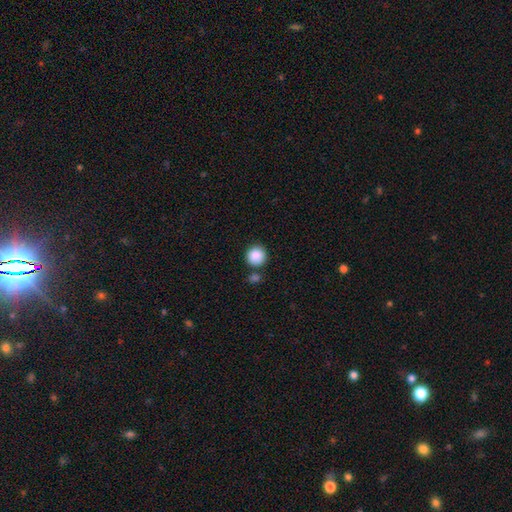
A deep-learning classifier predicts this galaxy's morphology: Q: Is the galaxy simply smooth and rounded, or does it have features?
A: smooth — 88%.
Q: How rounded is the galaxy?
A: round — 93%.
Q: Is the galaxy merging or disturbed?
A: none — 78%.